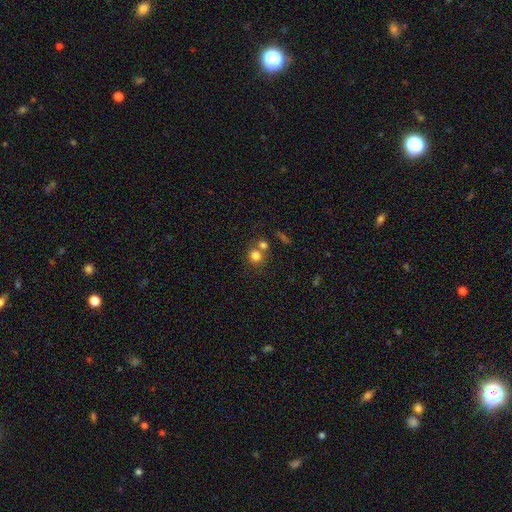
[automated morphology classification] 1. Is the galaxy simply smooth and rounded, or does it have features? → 79% smooth, 13% star or artifact, 9% featured or disk.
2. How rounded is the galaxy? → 87% round, 12% in between, 1% cigar-shaped.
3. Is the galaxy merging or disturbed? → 53% none, 36% merger, 8% minor disturbance, 4% major disturbance.